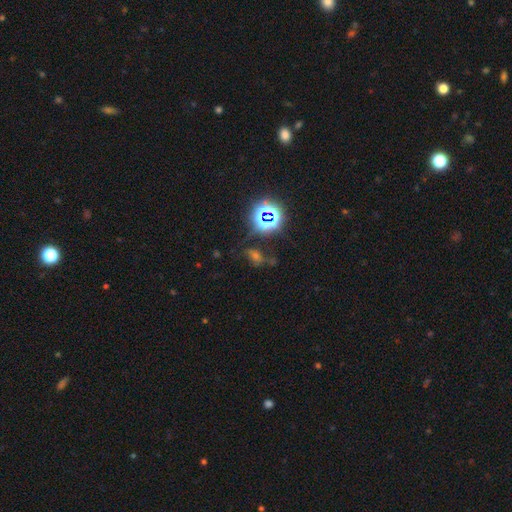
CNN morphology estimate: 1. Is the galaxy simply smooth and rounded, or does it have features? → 57% star or artifact, 25% smooth, 18% featured or disk.